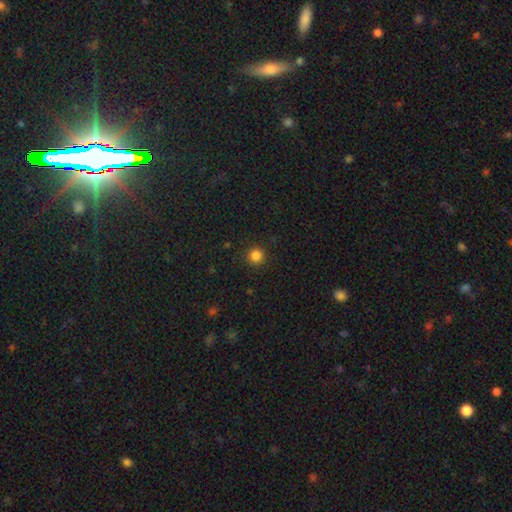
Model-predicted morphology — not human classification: smooth_or_featured: smooth (p=0.84) [alt: star or artifact p=0.13]
how_rounded: round (p=0.95) [alt: in between p=0.04]
merging: none (p=0.92) [alt: minor disturbance p=0.05]